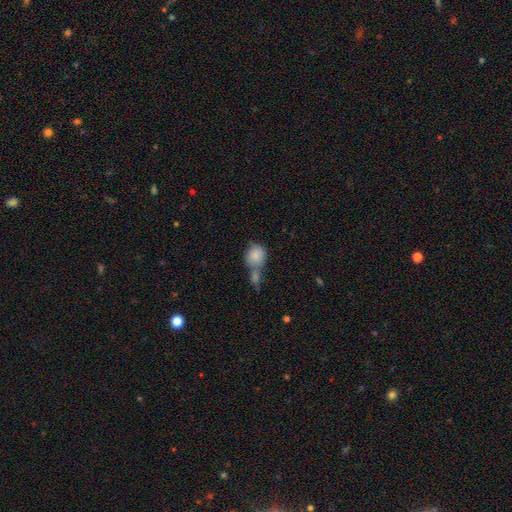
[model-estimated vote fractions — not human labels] Q: Smooth or featured?
A: smooth (84%); runner-up: featured or disk (9%)
Q: How rounded?
A: round (68%); runner-up: in between (31%)
Q: Merging?
A: merger (55%); runner-up: none (29%)